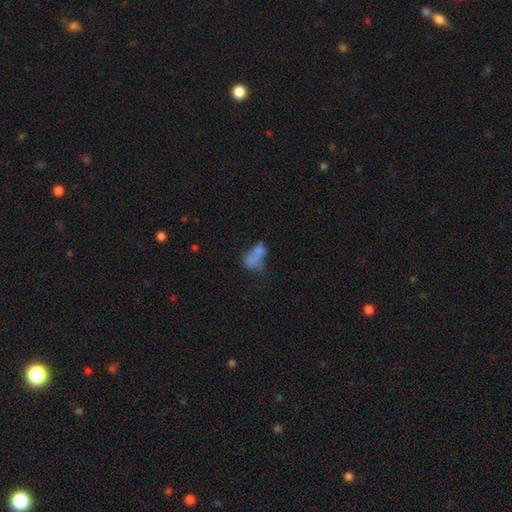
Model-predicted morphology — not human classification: A smooth galaxy with no disk features (60%) that is in between round and cigar-shaped (84%). Merging: merger (37%).